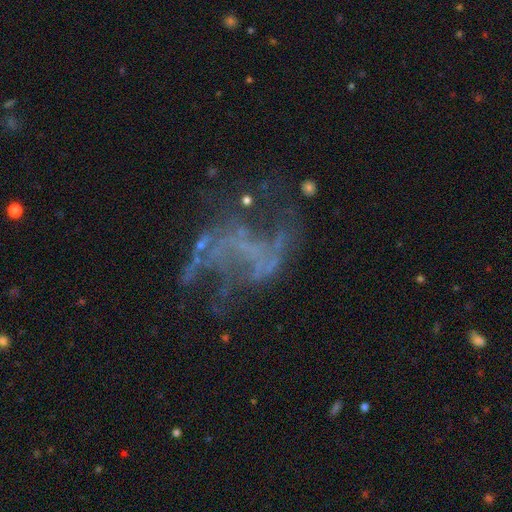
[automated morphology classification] type=featured or disk (73%); edge-on=no (97%); bar=no (62%); spiral arms=yes (53%); bulge=none (79%); merging=none (42%).